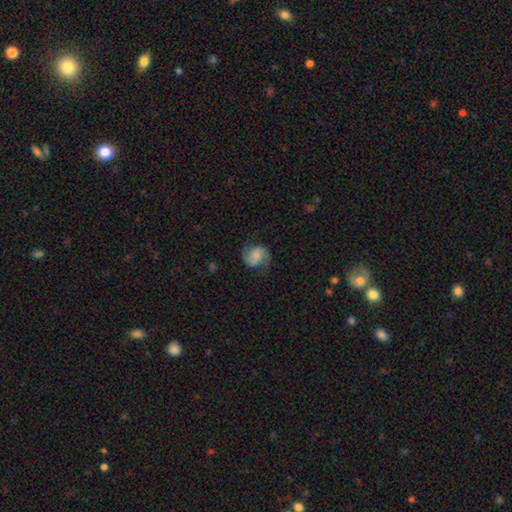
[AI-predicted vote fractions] Smooth or featured? featured or disk (49%)
Merging? none (69%)